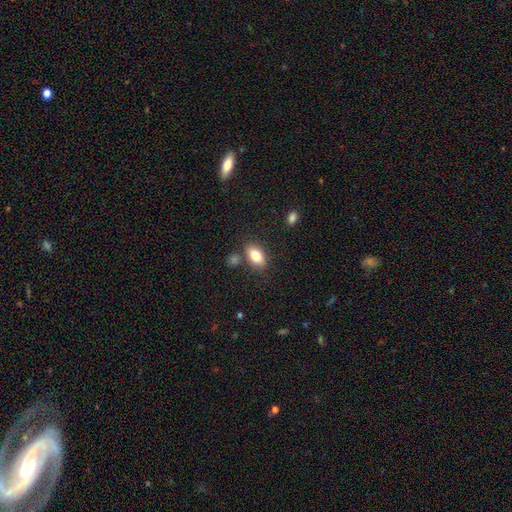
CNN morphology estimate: This is clearly a smooth galaxy (81%). How rounded: clearly in between (88%). Merging: likely none (77%).